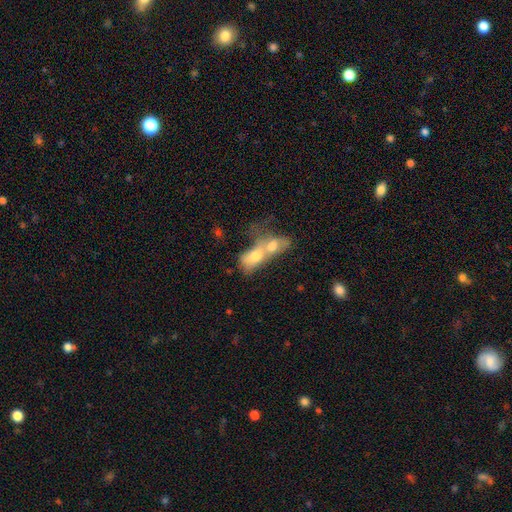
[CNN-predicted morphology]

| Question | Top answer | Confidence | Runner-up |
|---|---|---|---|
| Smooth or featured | smooth | 63% | featured or disk (28%) |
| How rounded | in between | 76% | round (14%) |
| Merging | merger | 78% | none (10%) |